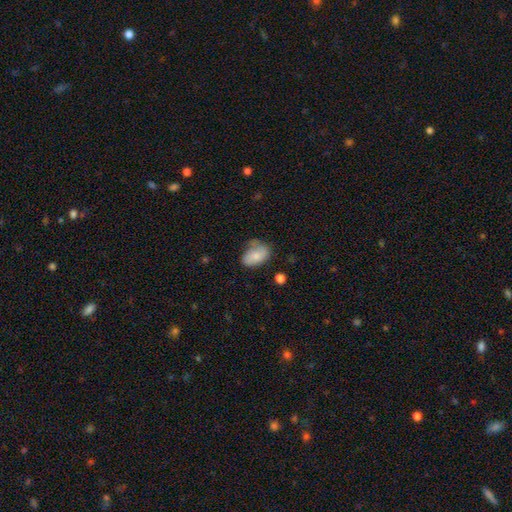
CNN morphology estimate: Smooth or featured: smooth — 73% (featured or disk — 20%)
How rounded: in between — 86% (round — 12%)
Merging: none — 46% (minor disturbance — 36%)